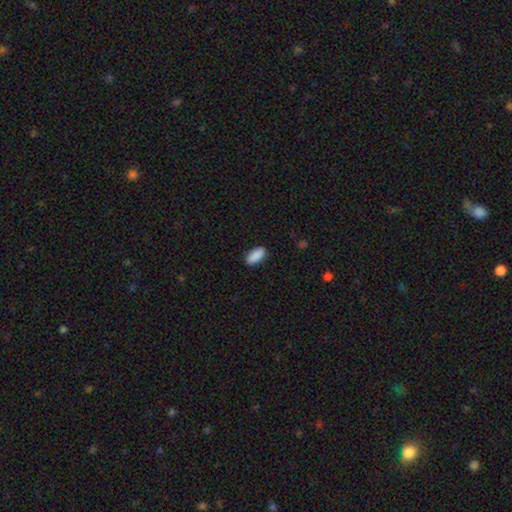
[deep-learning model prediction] Smooth or featured? Predicted: smooth (p=0.91). How rounded? Predicted: in between (p=0.90). Merging? Predicted: none (p=0.89).